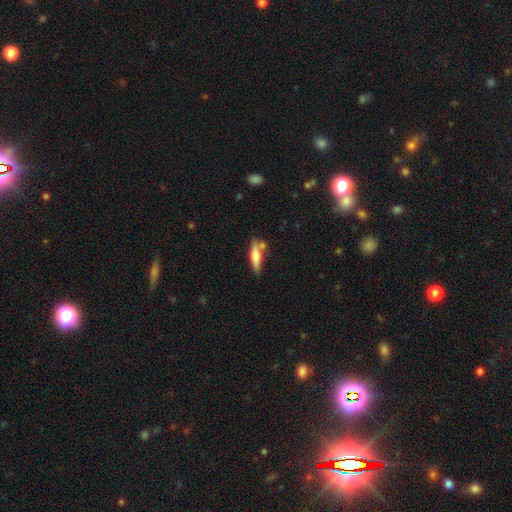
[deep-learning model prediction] Overall: smooth (60%; featured or disk 34%). How rounded: cigar-shaped (71%). Merging: none (65%).